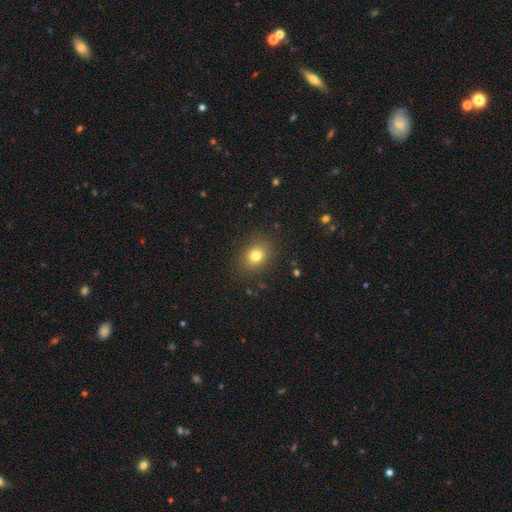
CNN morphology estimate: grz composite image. It shows a smooth galaxy with no disk features (79%) that is round (56%). Merging: none (86%).